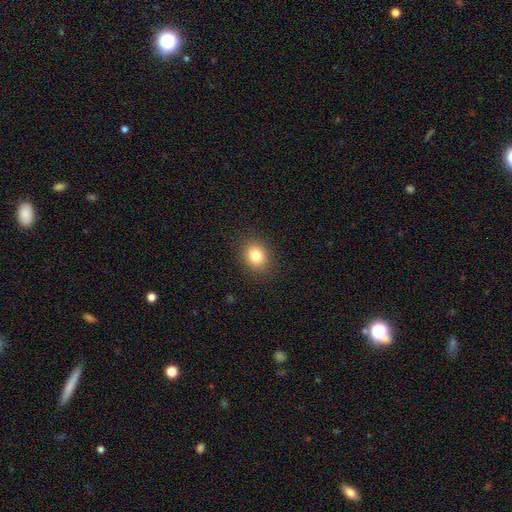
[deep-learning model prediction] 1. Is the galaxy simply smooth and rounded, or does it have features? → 81% smooth, 11% star or artifact, 8% featured or disk.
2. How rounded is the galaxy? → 58% round, 42% in between, 1% cigar-shaped.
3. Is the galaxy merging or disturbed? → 88% none, 8% minor disturbance, 3% major disturbance, 1% merger.